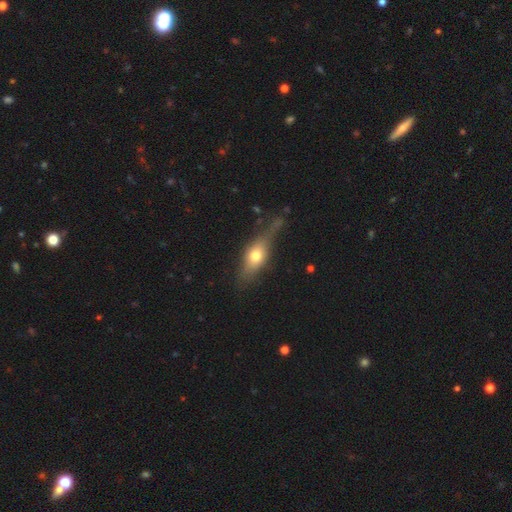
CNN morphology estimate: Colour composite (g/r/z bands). It shows a smooth galaxy with no disk features (56%) that is in between round and cigar-shaped (62%). Merging: none (55%).